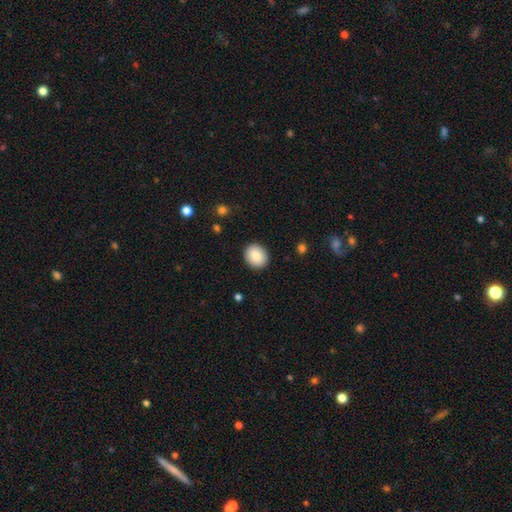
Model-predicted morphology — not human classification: Smooth or featured? Predicted: smooth (p=0.86). How rounded? Predicted: round (p=0.70). Merging? Predicted: none (p=0.91).